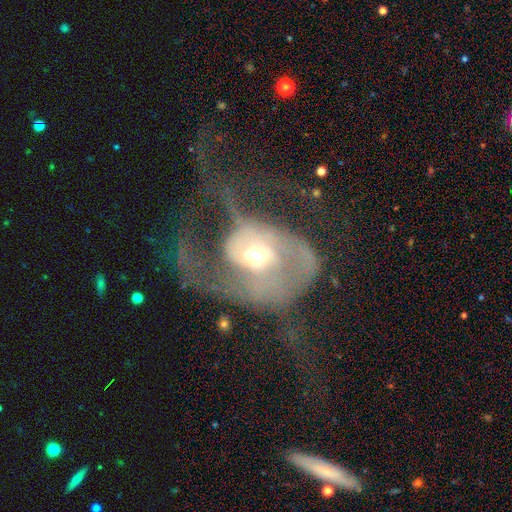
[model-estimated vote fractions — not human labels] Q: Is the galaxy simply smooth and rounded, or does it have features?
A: featured or disk — 73%.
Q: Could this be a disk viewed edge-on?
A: no — 97%.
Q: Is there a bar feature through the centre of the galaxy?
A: no — 67%.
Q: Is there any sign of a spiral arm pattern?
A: yes — 74%.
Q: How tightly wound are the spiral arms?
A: loose — 42%.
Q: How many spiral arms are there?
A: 2 — 40%.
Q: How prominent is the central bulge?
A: moderate — 69%.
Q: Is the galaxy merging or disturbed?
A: major disturbance — 67%.